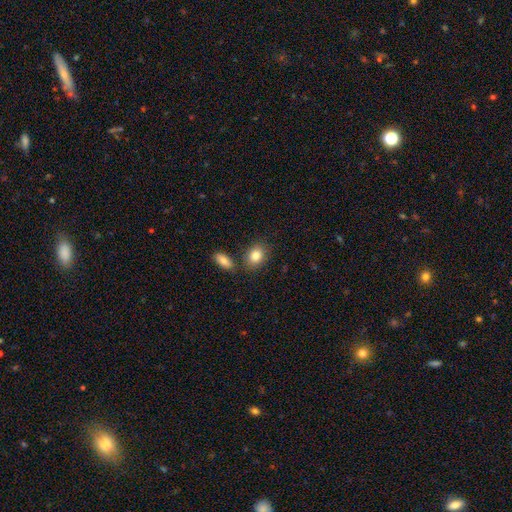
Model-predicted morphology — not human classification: smooth-or-featured: smooth: 84% | featured or disk: 8% | star or artifact: 8%
  how-rounded: in between: 64% | round: 35% | cigar-shaped: 2%
  merging: none: 73% | merger: 13% | minor disturbance: 11% | major disturbance: 3%